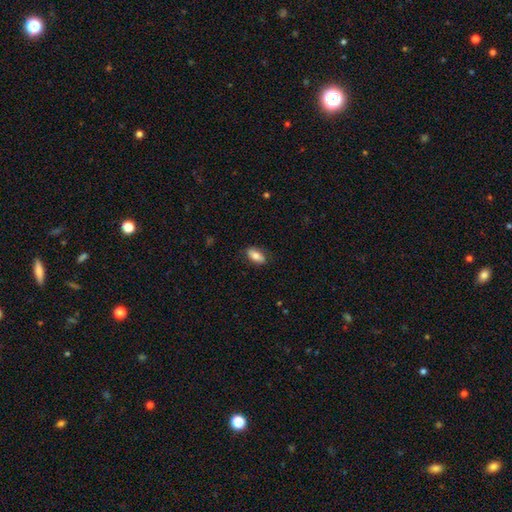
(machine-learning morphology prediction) Smooth or featured?
  - smooth: 76% *
  - featured or disk: 17%
  - star or artifact: 7%
How rounded?
  - in between: 90% *
  - cigar-shaped: 6%
  - round: 4%
Merging?
  - none: 79% *
  - minor disturbance: 16%
  - major disturbance: 4%
  - merger: 1%